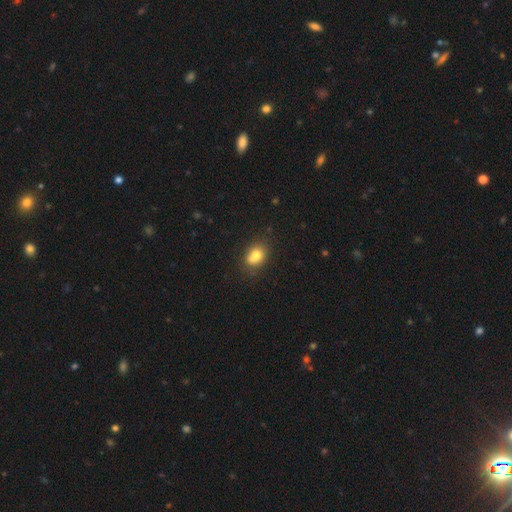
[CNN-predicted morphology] smooth-or-featured: smooth: 77% | featured or disk: 13% | star or artifact: 10%
  how-rounded: in between: 65% | round: 33% | cigar-shaped: 1%
  merging: none: 61% | minor disturbance: 18% | merger: 16% | major disturbance: 5%